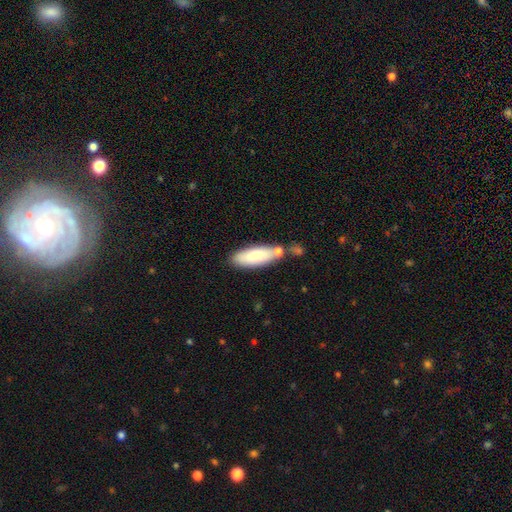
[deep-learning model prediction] Smooth or featured?
  - smooth: 76% *
  - featured or disk: 18%
  - star or artifact: 6%
How rounded?
  - in between: 67% *
  - cigar-shaped: 31%
  - round: 2%
Merging?
  - none: 62% *
  - merger: 19%
  - minor disturbance: 16%
  - major disturbance: 4%